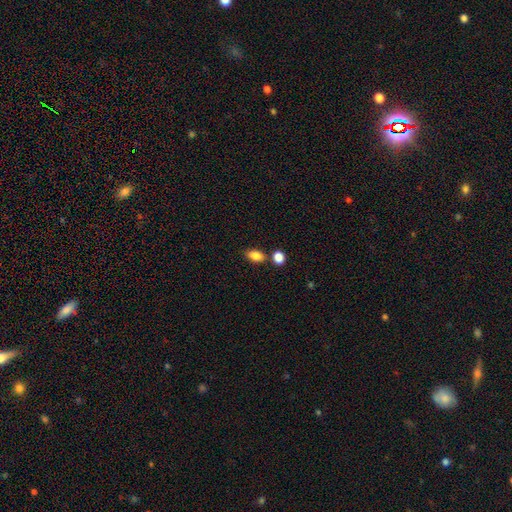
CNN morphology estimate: Smooth or featured: smooth — 86% (star or artifact — 9%)
How rounded: in between — 86% (round — 11%)
Merging: none — 70% (merger — 14%)